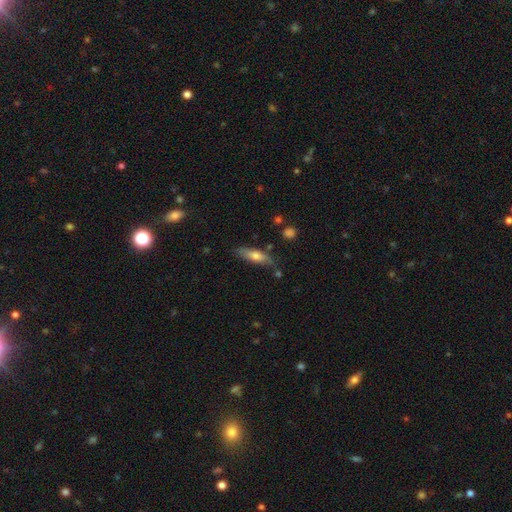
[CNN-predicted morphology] A smooth galaxy with no disk features (62%) that is cigar-shaped (56%).

Vote fractions:
- Smooth or featured? smooth: 62% / featured or disk: 32% / star or artifact: 6%
- How rounded? cigar-shaped: 56% / in between: 42% / round: 2%
- Merging? none: 73% / minor disturbance: 19% / merger: 4% / major disturbance: 4%